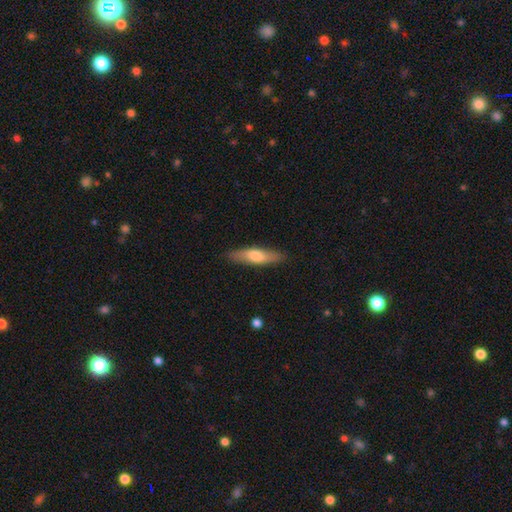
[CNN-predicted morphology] A smooth galaxy with no disk features (62%) that is cigar-shaped (71%).

Vote fractions:
- Smooth or featured? smooth: 62% / featured or disk: 32% / star or artifact: 5%
- How rounded? cigar-shaped: 71% / in between: 28% / round: 2%
- Merging? none: 87% / minor disturbance: 10% / major disturbance: 2% / merger: 1%